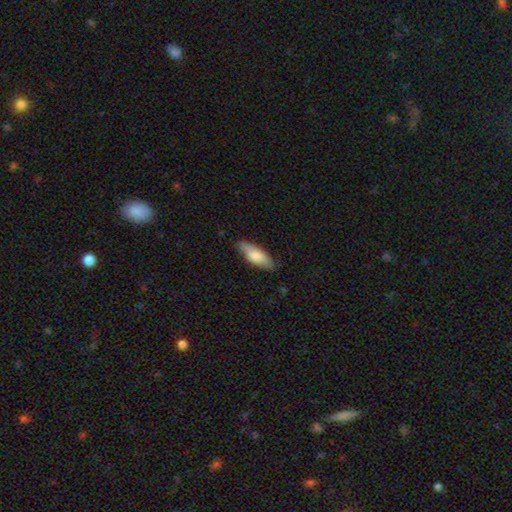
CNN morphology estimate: The model was most divided on "how rounded": in between: 69%, cigar-shaped: 29%, round: 2%. More confident: smooth or featured — smooth (78%); merging — none (75%).